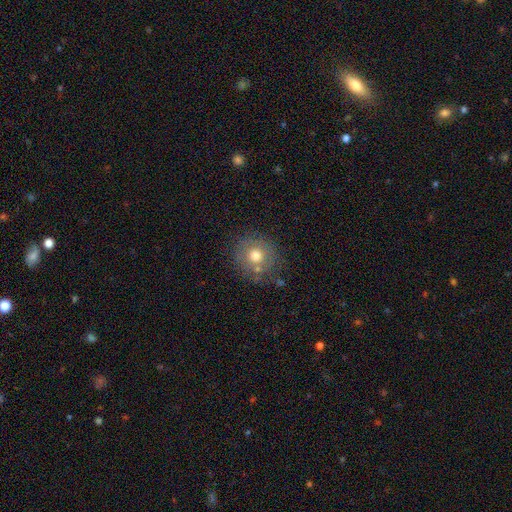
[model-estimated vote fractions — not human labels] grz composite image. It shows a smooth galaxy with no disk features (67%) that is round (89%). Merging: none (75%).